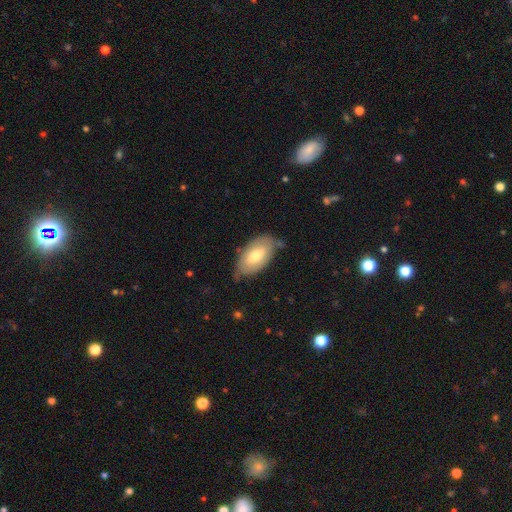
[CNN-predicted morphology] Q: Smooth or featured?
A: smooth (65%); runner-up: featured or disk (29%)
Q: How rounded?
A: in between (94%); runner-up: round (3%)
Q: Merging?
A: none (66%); runner-up: minor disturbance (26%)